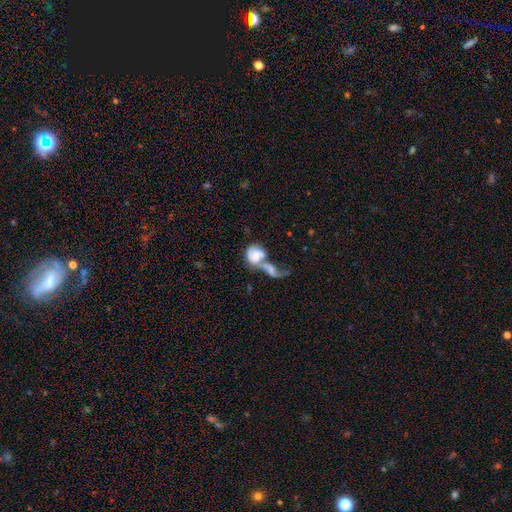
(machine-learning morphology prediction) The model was most divided on "how rounded": round: 50%, in between: 47%, cigar-shaped: 3%. More confident: merging — merger (74%); smooth or featured — smooth (54%).